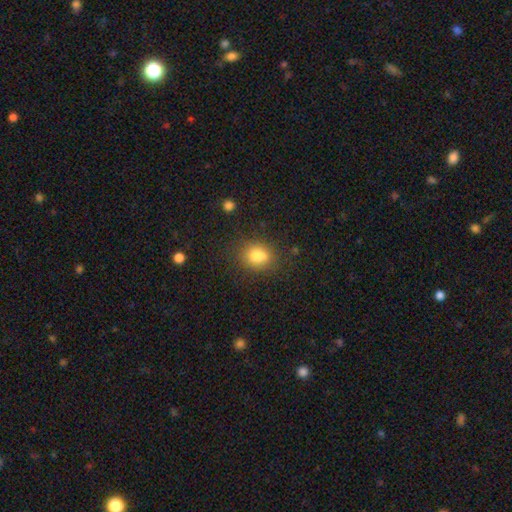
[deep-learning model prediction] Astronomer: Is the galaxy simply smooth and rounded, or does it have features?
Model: smooth — 82%.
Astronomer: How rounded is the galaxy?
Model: round — 53% (runner-up: in between, 46%).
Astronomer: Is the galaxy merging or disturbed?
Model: none — 73%.